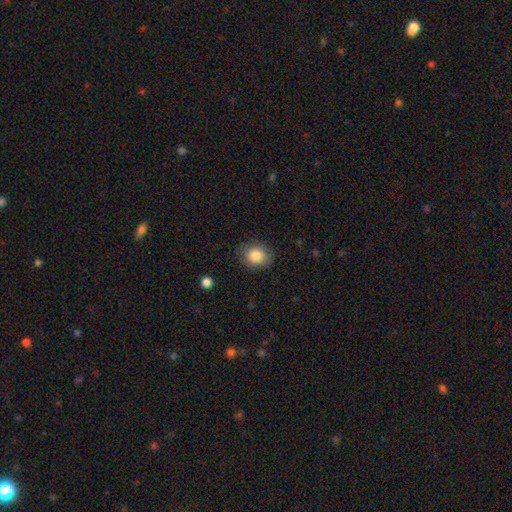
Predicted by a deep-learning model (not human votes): Smooth or featured? Predicted: smooth (p=0.85). How rounded? Predicted: round (p=0.60). Merging? Predicted: none (p=0.82).